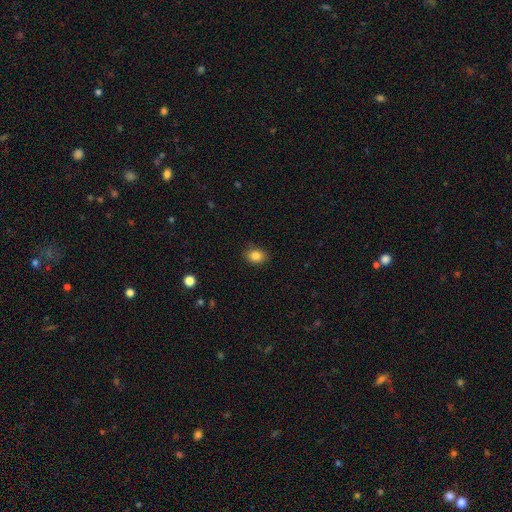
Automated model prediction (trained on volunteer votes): This appears to be a smooth galaxy with no disk features (85%) that is in between round and cigar-shaped (61%). Merging: none (85%).